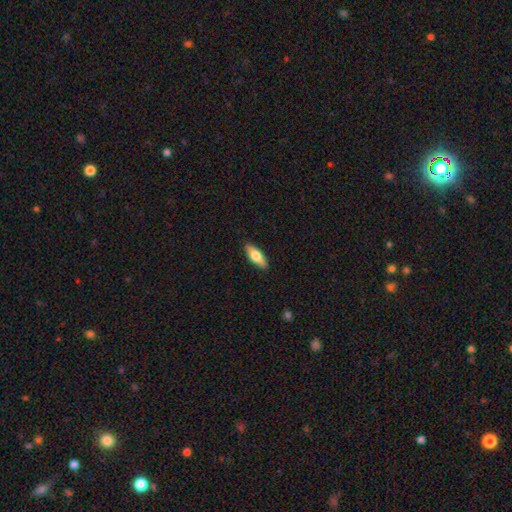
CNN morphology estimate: smooth-or-featured: smooth: 71% | featured or disk: 23% | star or artifact: 6%
  how-rounded: in between: 65% | cigar-shaped: 32% | round: 2%
  merging: none: 89% | minor disturbance: 8% | major disturbance: 2% | merger: 1%